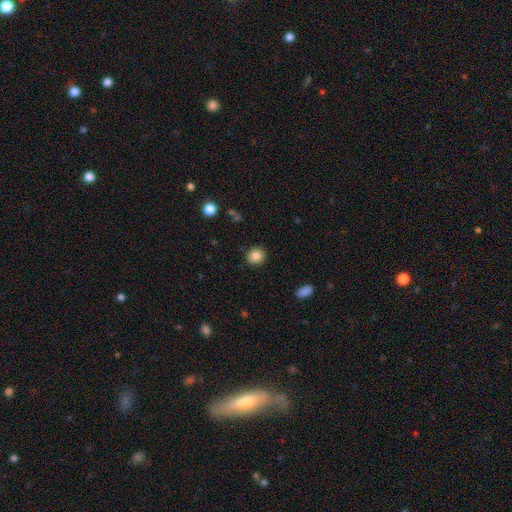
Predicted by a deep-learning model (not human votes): This is clearly a smooth galaxy (85%). How rounded: likely round (78%). Merging: clearly none (90%).